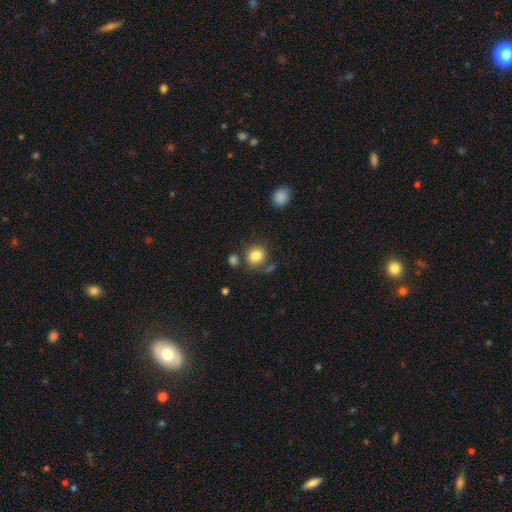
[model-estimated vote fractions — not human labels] smooth 85%, star or artifact 10%, featured or disk 6%. Down the decision tree: how rounded — round (72%); merging — none (72%).